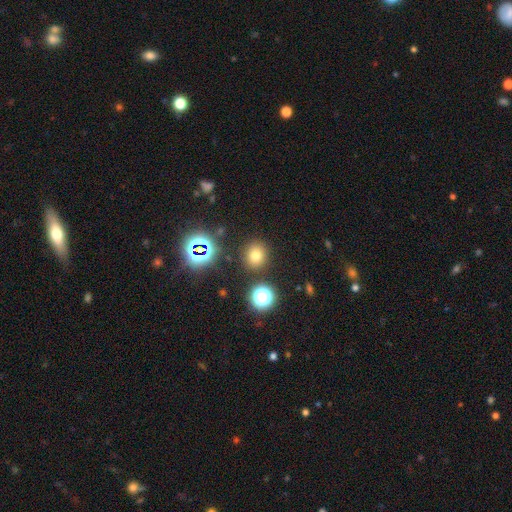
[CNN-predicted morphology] smooth 71%, star or artifact 21%, featured or disk 8%. Down the decision tree: how rounded — round (80%); merging — none (86%).